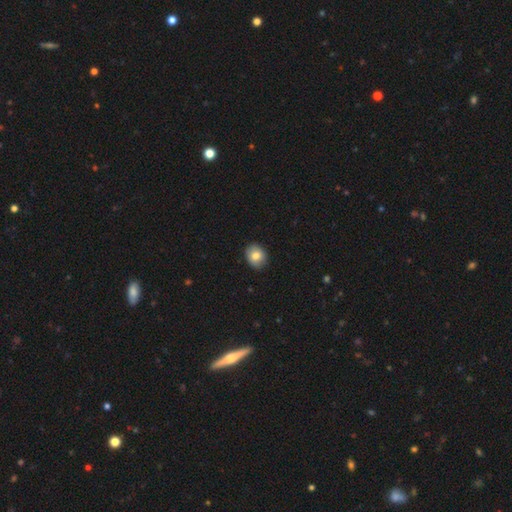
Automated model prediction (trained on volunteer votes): Q: Smooth or featured?
A: smooth (80%); runner-up: featured or disk (12%)
Q: How rounded?
A: round (53%); runner-up: in between (46%)
Q: Merging?
A: none (89%); runner-up: minor disturbance (8%)